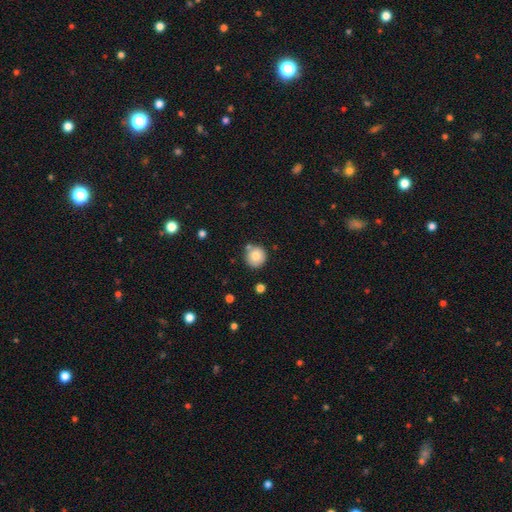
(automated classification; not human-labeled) Smooth or featured: smooth — 79% (featured or disk — 12%)
How rounded: round — 94% (in between — 5%)
Merging: none — 78% (minor disturbance — 11%)